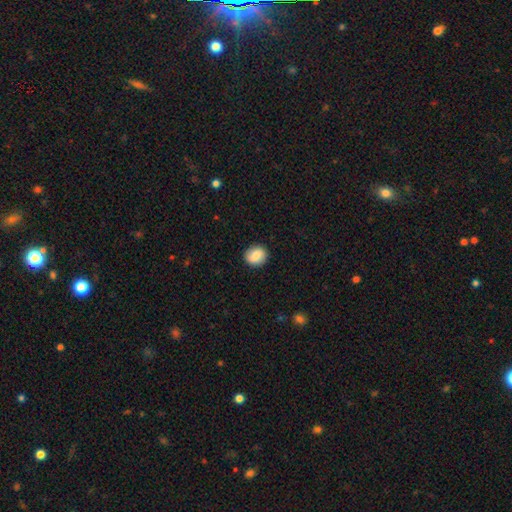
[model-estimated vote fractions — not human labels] Q: Smooth or featured?
A: smooth (78%); runner-up: featured or disk (14%)
Q: How rounded?
A: round (67%); runner-up: in between (32%)
Q: Merging?
A: none (88%); runner-up: minor disturbance (9%)